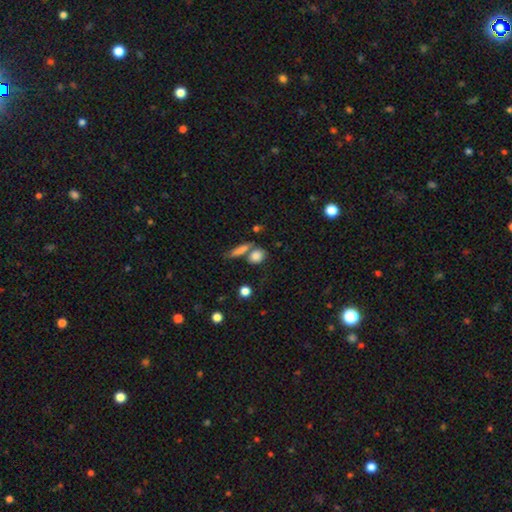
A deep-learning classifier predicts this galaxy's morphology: Q: Smooth or featured?
A: smooth (82%); runner-up: star or artifact (10%)
Q: How rounded?
A: round (48%); runner-up: in between (45%)
Q: Merging?
A: none (52%); runner-up: merger (31%)